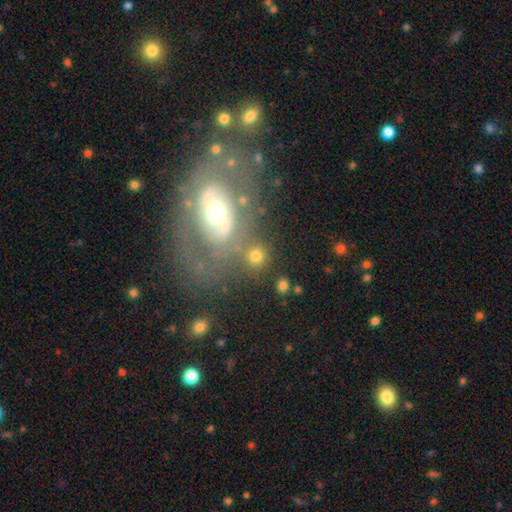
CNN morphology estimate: A smooth galaxy with no disk features (72%) that is round (80%).

Vote fractions:
- Smooth or featured? smooth: 72% / featured or disk: 15% / star or artifact: 13%
- How rounded? round: 80% / in between: 18% / cigar-shaped: 1%
- Merging? none: 69% / merger: 15% / minor disturbance: 10% / major disturbance: 6%